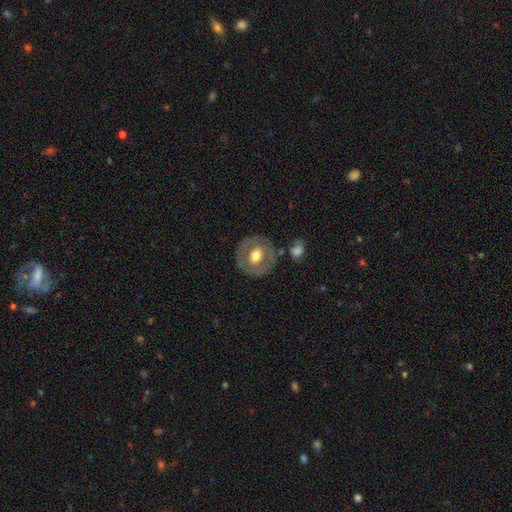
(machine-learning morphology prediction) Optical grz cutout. It shows a featured or disk galaxy (49%). Merging: none (79%).